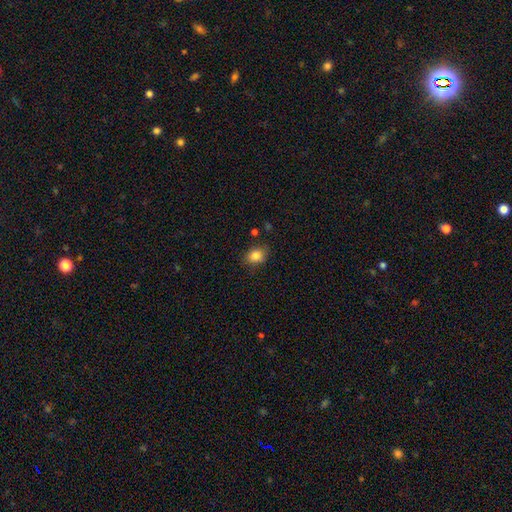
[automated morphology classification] Q: Smooth or featured?
A: smooth (84%); runner-up: star or artifact (10%)
Q: How rounded?
A: round (50%); runner-up: in between (49%)
Q: Merging?
A: none (78%); runner-up: minor disturbance (16%)